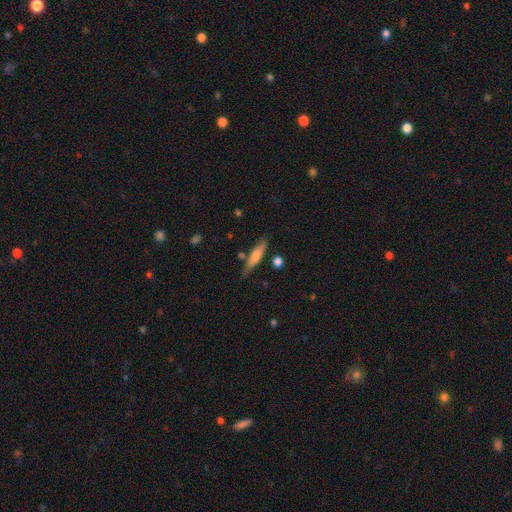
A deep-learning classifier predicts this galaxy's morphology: type=smooth (69%); roundness=cigar-shaped (80%); merging=none (76%).